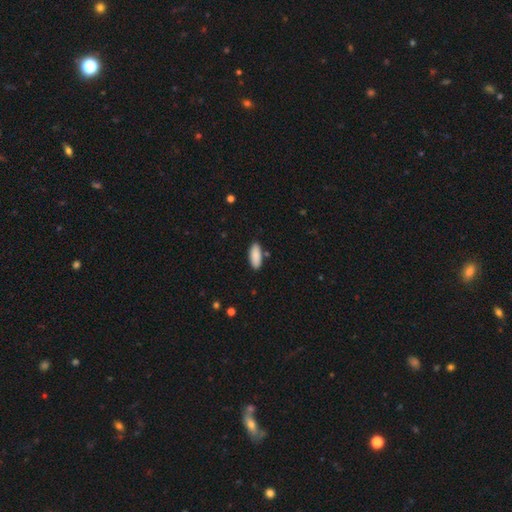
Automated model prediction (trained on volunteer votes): smooth-or-featured: smooth: 90% | star or artifact: 6% | featured or disk: 4%
  how-rounded: in between: 77% | cigar-shaped: 21% | round: 2%
  merging: none: 85% | minor disturbance: 10% | merger: 3% | major disturbance: 2%